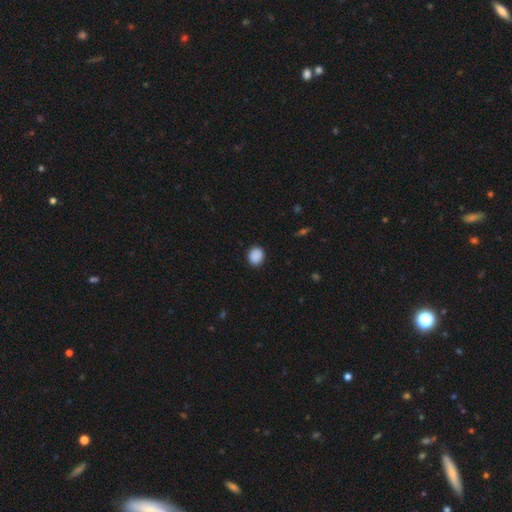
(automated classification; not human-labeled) Morphology: type=smooth (89%); roundness=round (69%); merging=none (90%).